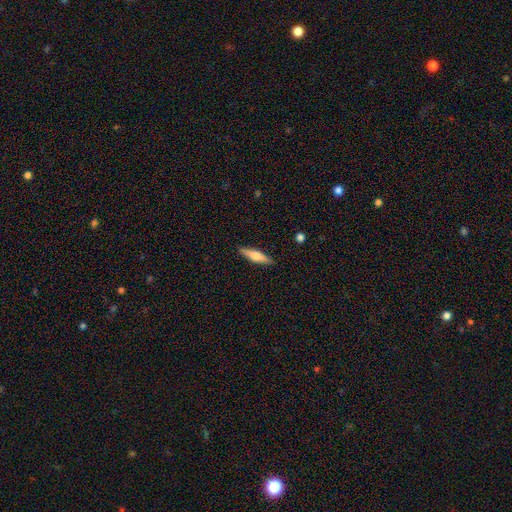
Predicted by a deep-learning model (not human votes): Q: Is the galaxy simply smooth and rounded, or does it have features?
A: smooth — 52%.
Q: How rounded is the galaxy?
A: cigar-shaped — 75%.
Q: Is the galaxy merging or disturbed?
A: none — 89%.